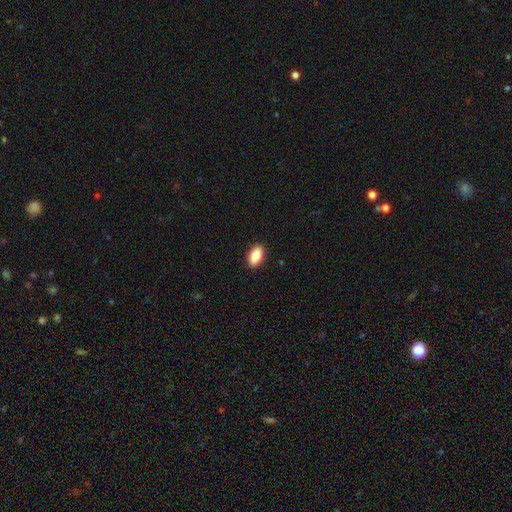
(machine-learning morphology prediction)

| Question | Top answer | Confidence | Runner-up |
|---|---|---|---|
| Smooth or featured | smooth | 87% | star or artifact (7%) |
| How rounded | in between | 91% | cigar-shaped (5%) |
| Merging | none | 91% | minor disturbance (7%) |